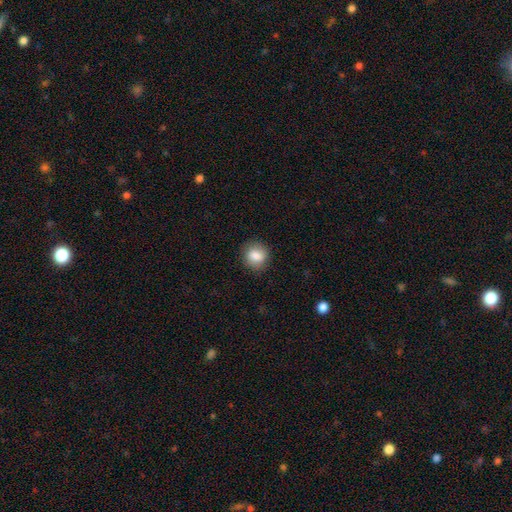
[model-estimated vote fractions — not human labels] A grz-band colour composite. It shows a smooth galaxy with no disk features (83%) that is round (81%). Merging: none (87%).